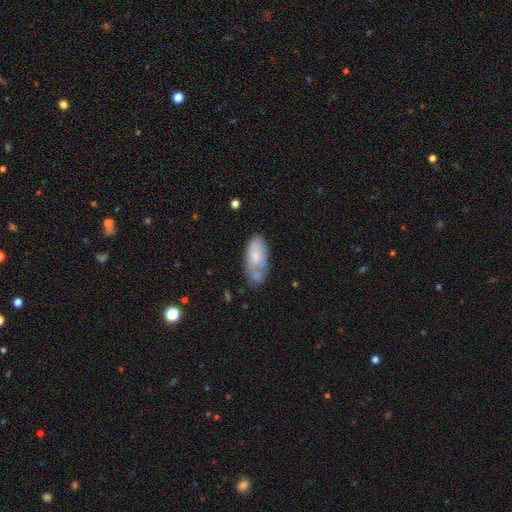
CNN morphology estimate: Smooth or featured?
  - smooth: 63% *
  - featured or disk: 31%
  - star or artifact: 7%
How rounded?
  - in between: 90% *
  - cigar-shaped: 7%
  - round: 3%
Merging?
  - none: 45% *
  - minor disturbance: 30%
  - merger: 14%
  - major disturbance: 11%